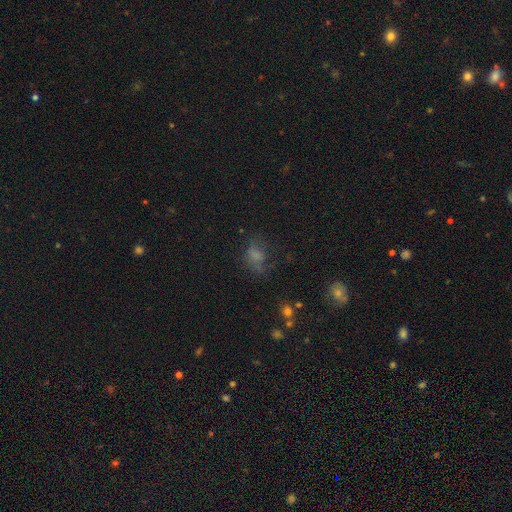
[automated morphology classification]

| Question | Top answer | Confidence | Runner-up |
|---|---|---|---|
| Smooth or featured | smooth | 58% | star or artifact (22%) |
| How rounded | in between | 67% | round (31%) |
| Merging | none | 45% | major disturbance (26%) |